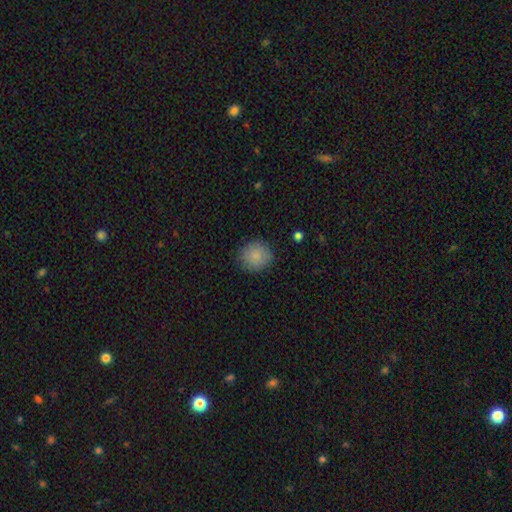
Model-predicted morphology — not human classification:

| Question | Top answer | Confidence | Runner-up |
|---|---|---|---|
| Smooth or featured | smooth | 85% | star or artifact (8%) |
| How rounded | round | 87% | in between (13%) |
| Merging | none | 85% | minor disturbance (11%) |